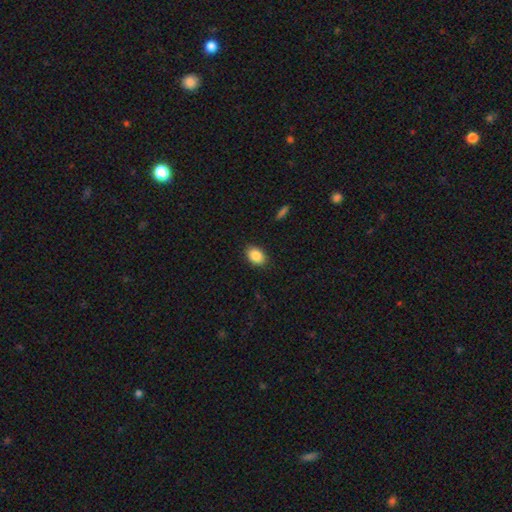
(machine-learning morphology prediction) Smooth or featured? smooth (88%)
How rounded? in between (82%)
Merging? none (88%)